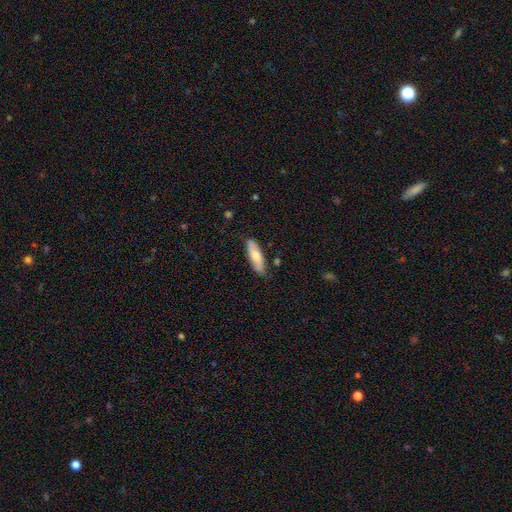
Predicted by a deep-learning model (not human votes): This is likely a smooth galaxy (68%). How rounded: possibly in between (51%). Merging: clearly none (81%).